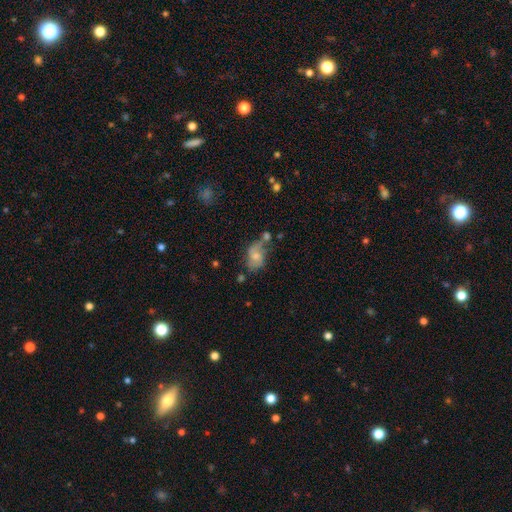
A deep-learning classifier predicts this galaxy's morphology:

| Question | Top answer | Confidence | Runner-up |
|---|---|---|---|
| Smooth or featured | smooth | 51% | featured or disk (39%) |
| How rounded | in between | 76% | round (23%) |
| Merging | none | 35% | minor disturbance (27%) |